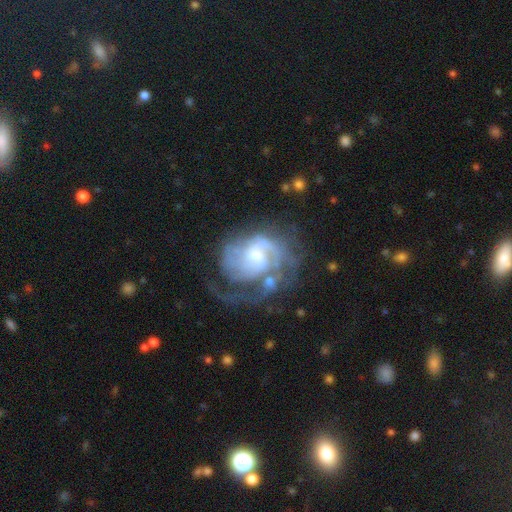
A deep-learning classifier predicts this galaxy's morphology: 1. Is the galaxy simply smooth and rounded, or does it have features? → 87% featured or disk, 8% smooth, 5% star or artifact.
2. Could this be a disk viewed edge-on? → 98% no, 2% yes.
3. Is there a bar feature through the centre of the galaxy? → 49% no, 44% weak, 8% strong.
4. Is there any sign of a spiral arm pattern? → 95% yes, 5% no.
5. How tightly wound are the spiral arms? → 45% tight, 40% medium, 14% loose.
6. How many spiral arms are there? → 41% 2, 25% can't tell, 16% 3, 10% 1, 5% 4, 4% more than 4.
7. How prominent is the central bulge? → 45% small, 44% moderate, 5% large, 4% none, 1% dominant.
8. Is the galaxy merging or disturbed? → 45% none, 29% major disturbance, 20% minor disturbance, 7% merger.